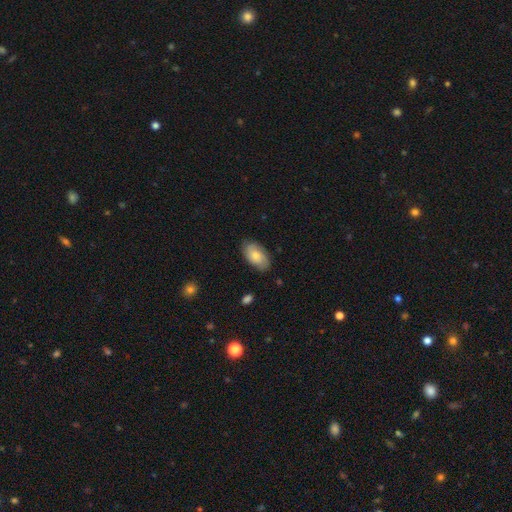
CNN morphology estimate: type=smooth (61%); roundness=in between (93%); merging=none (80%).